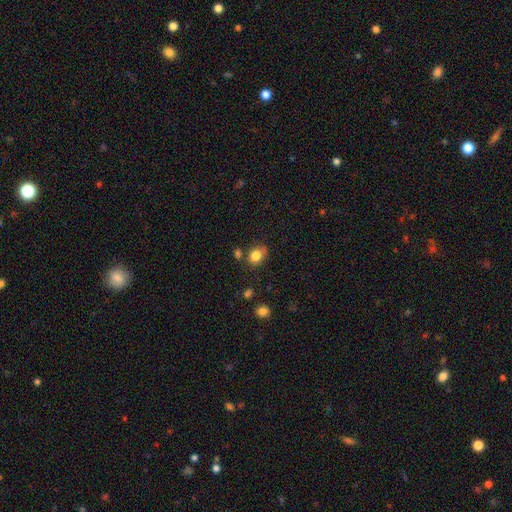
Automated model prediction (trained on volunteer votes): smooth-or-featured: smooth: 82% | star or artifact: 10% | featured or disk: 8%
  how-rounded: in between: 50% | round: 49% | cigar-shaped: 1%
  merging: none: 67% | minor disturbance: 20% | merger: 8% | major disturbance: 5%